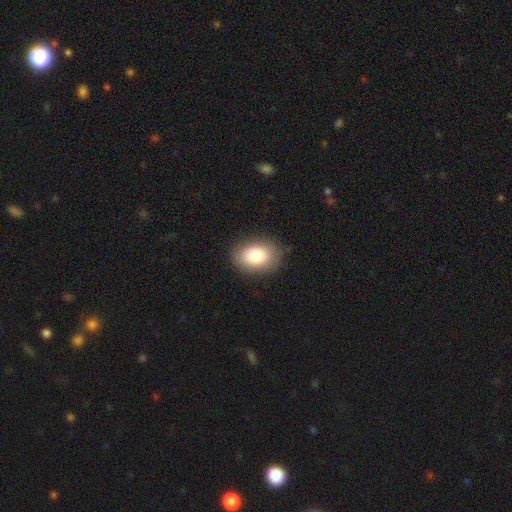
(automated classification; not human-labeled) Smooth or featured?
  - smooth: 80% *
  - featured or disk: 11%
  - star or artifact: 8%
How rounded?
  - in between: 81% *
  - round: 18%
  - cigar-shaped: 1%
Merging?
  - none: 85% *
  - minor disturbance: 11%
  - major disturbance: 3%
  - merger: 1%